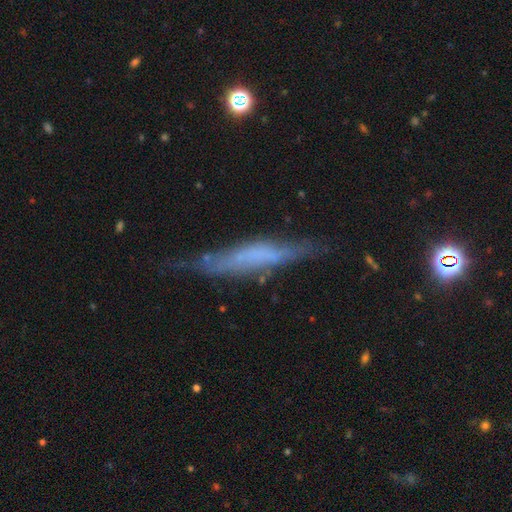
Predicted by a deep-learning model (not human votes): Morphology: type=featured or disk (56%); edge-on=yes (83%); merging=none (62%).